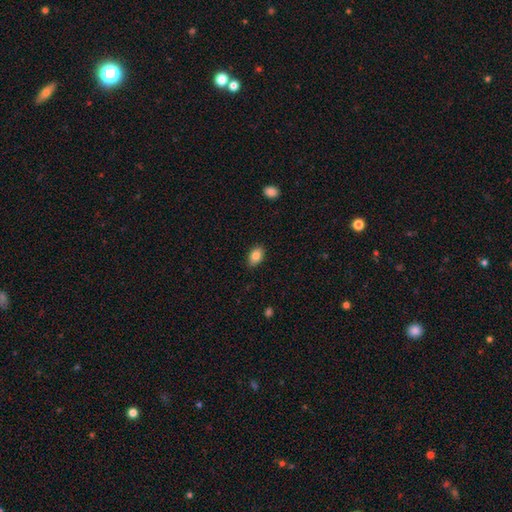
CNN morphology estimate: type=smooth (85%); roundness=in between (88%); merging=none (87%).